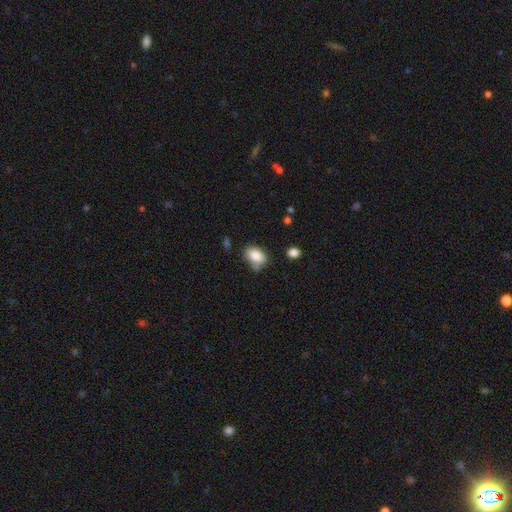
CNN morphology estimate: Smooth or featured: smooth — 85% (star or artifact — 8%)
How rounded: in between — 82% (round — 16%)
Merging: none — 61% (minor disturbance — 25%)